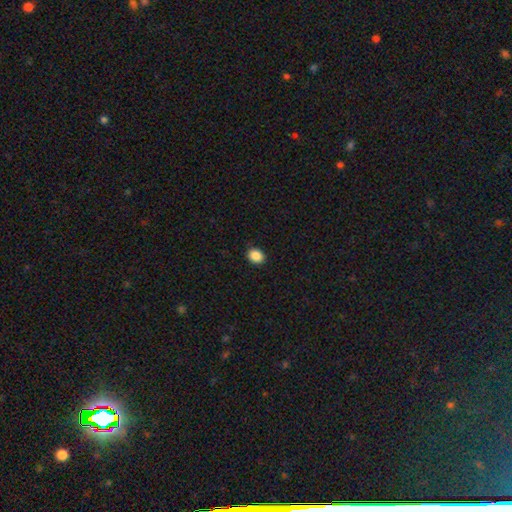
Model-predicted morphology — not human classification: The model was most divided on "how rounded": in between: 50%, round: 49%, cigar-shaped: 1%. More confident: merging — none (89%); smooth or featured — smooth (88%).